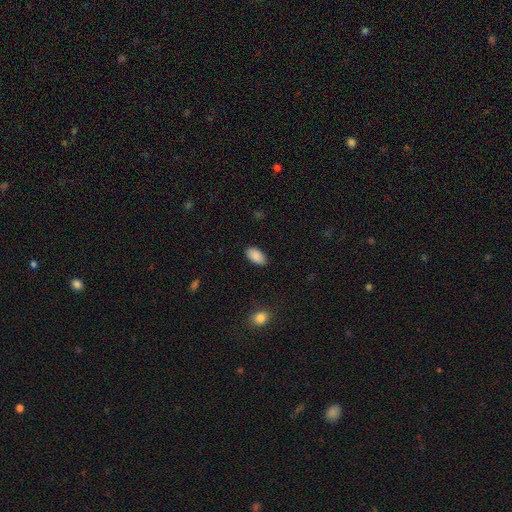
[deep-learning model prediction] Smooth or featured? smooth (90%)
How rounded? in between (95%)
Merging? none (87%)